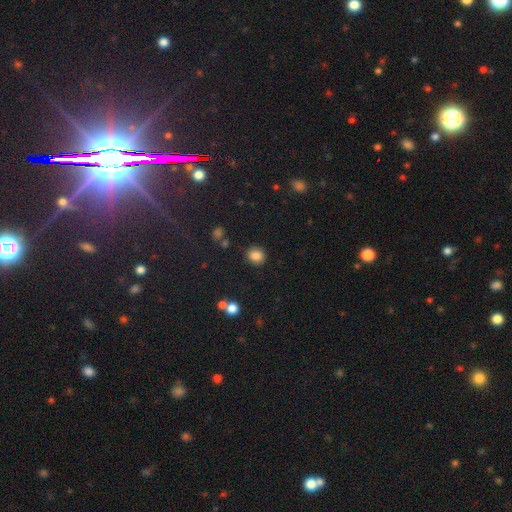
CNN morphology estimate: This appears to be a smooth galaxy with no disk features (84%) that is round (76%). Merging: none (86%).